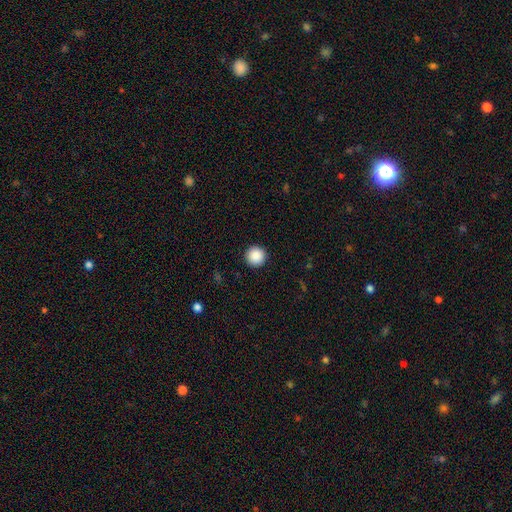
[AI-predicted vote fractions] Smooth or featured? Predicted: smooth (p=0.88). How rounded? Predicted: round (p=0.97). Merging? Predicted: none (p=0.93).